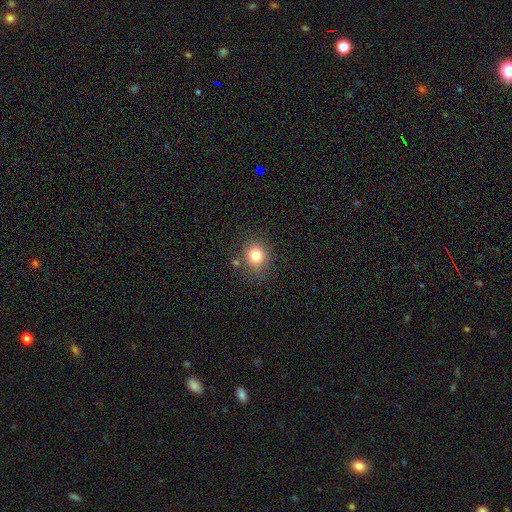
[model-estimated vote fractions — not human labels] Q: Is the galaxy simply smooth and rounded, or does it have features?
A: smooth — 81%.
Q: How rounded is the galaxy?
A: round — 72%.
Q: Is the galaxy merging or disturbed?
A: none — 77%.